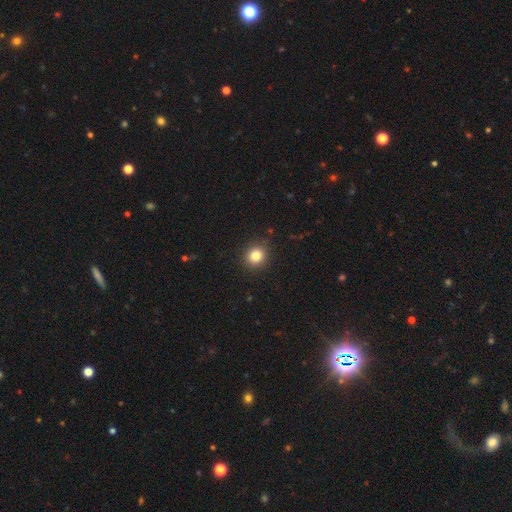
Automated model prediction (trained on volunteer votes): This appears to be a smooth galaxy with no disk features (83%) that is round (81%). Merging: none (89%).